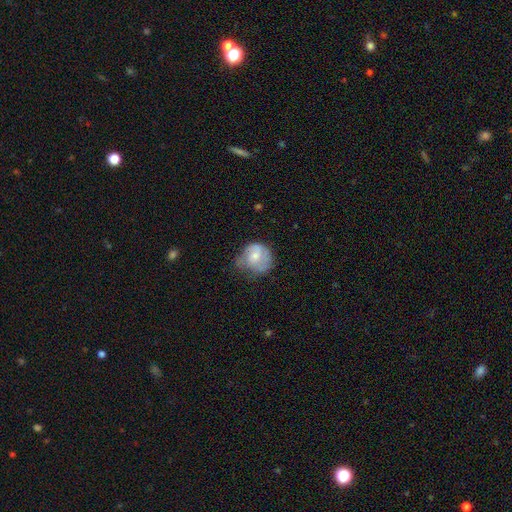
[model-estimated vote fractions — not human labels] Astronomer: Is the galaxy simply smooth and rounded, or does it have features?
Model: featured or disk — 47% (runner-up: smooth, 46%).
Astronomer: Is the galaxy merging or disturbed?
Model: none — 43% (runner-up: minor disturbance, 35%).